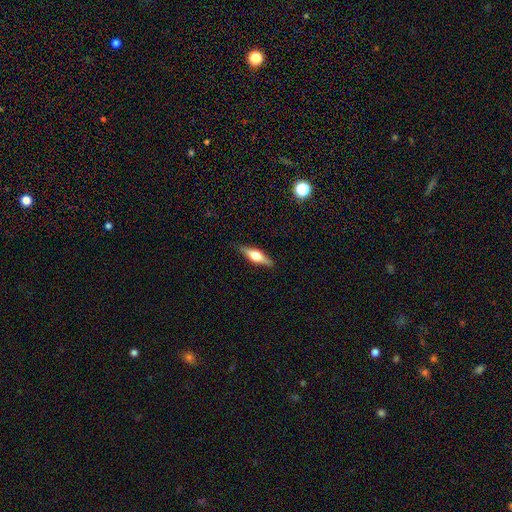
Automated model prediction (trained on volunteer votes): smooth_or_featured: featured or disk (p=0.63) [alt: smooth p=0.31]
disk_edge_on: yes (p=0.96) [alt: no p=0.04]
edge_on_bulge: rounded (p=0.92) [alt: boxy p=0.06]
merging: none (p=0.89) [alt: minor disturbance p=0.09]